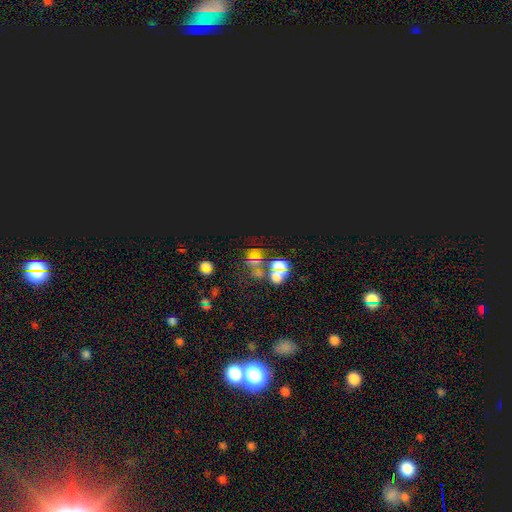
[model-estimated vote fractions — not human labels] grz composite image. It shows a star or artifact, not a galaxy (61%).